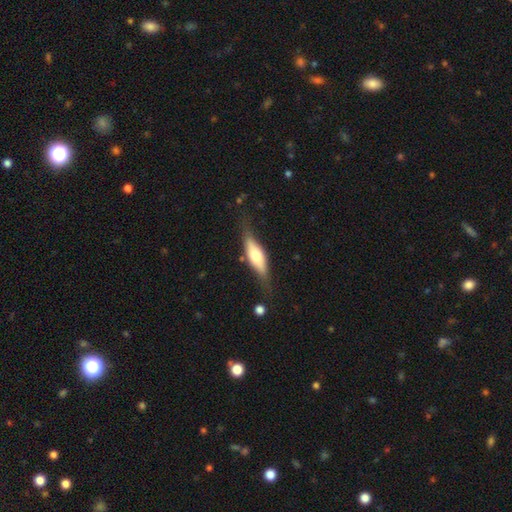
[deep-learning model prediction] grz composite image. It shows a featured or disk galaxy (48%). Merging: none (67%).